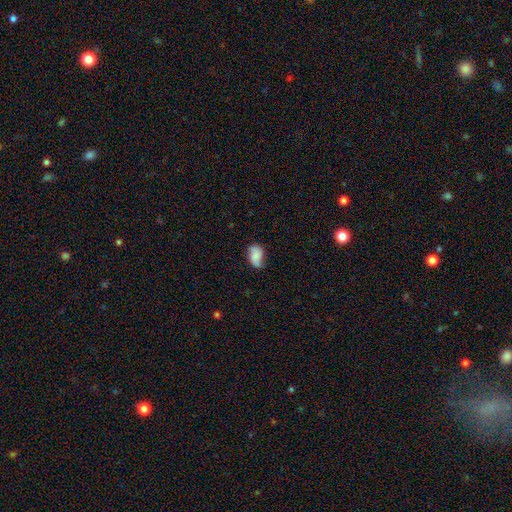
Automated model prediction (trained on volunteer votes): The model was most divided on "merging": none: 57%, minor disturbance: 32%, major disturbance: 9%, merger: 2%. More confident: how rounded — in between (86%); smooth or featured — smooth (63%).